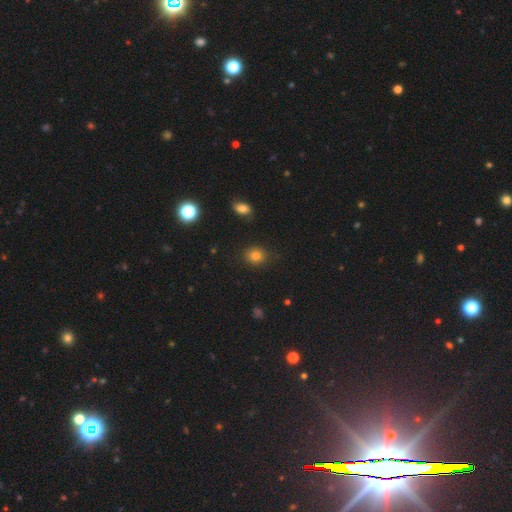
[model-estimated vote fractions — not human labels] Overall: smooth (81%). How rounded: round (77%). Merging: none (87%).